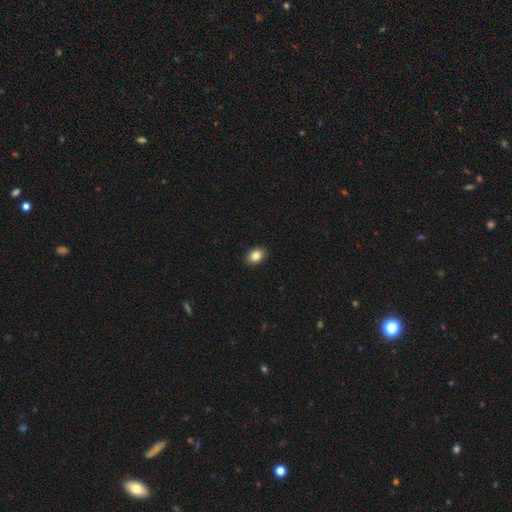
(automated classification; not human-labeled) Smooth or featured? Predicted: smooth (p=0.85). How rounded? Predicted: in between (p=0.73). Merging? Predicted: none (p=0.91).